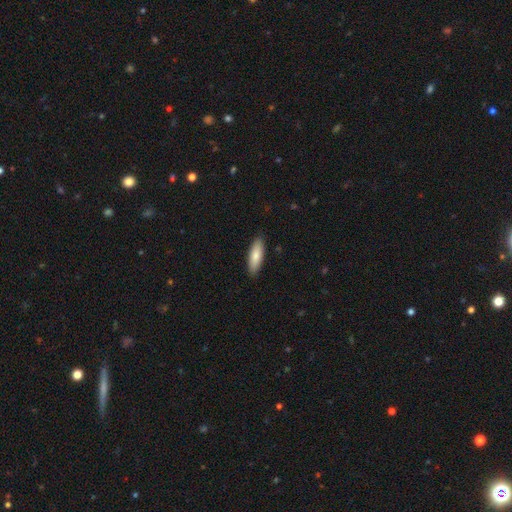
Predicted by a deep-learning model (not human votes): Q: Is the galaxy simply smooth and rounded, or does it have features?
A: smooth — 81%.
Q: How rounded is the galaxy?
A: in between — 54%.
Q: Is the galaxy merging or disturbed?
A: none — 89%.